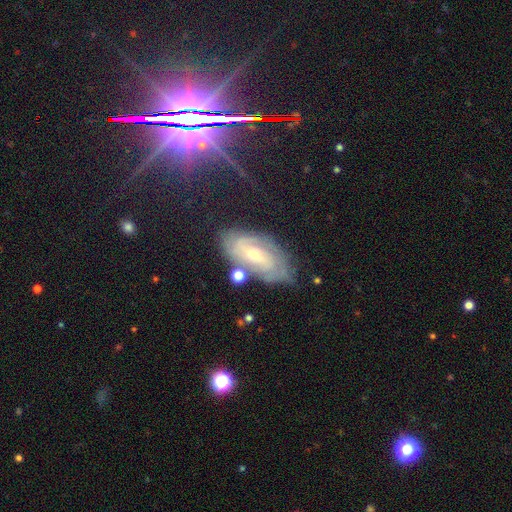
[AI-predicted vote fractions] smooth_or_featured: featured or disk (p=0.71) [alt: smooth p=0.15]
disk_edge_on: no (p=0.91) [alt: yes p=0.09]
bar: no (p=0.48) [alt: weak p=0.38]
has_spiral_arms: yes (p=0.85) [alt: no p=0.15]
spiral_winding: tight (p=0.69) [alt: medium p=0.24]
spiral_arm_count: can't tell (p=0.53) [alt: 2 p=0.27]
bulge_size: small (p=0.56) [alt: moderate p=0.40]
merging: none (p=0.73) [alt: minor disturbance p=0.18]